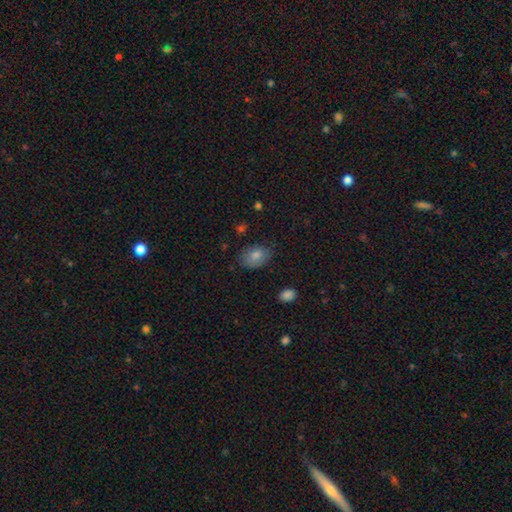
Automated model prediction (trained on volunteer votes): Q: Smooth or featured?
A: smooth (81%); runner-up: featured or disk (10%)
Q: How rounded?
A: in between (81%); runner-up: round (18%)
Q: Merging?
A: none (70%); runner-up: minor disturbance (23%)